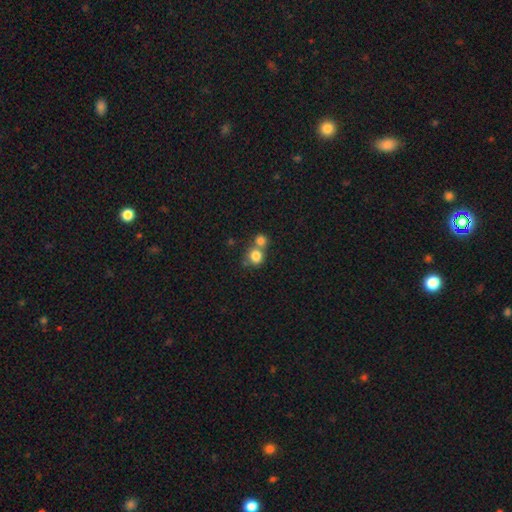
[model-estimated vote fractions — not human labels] smooth 81%, star or artifact 10%, featured or disk 8%. Down the decision tree: how rounded — round (85%); merging — merger (47%).